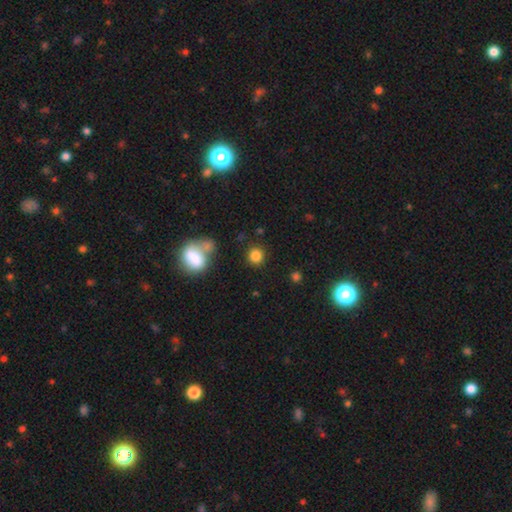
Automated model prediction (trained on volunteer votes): A smooth galaxy with no disk features (83%) that is round (88%). Merging: none (83%).